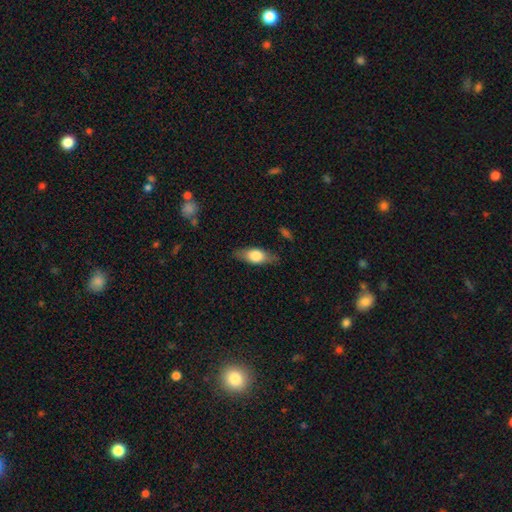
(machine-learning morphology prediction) A smooth galaxy with no disk features (64%) that is in between round and cigar-shaped (75%).

Vote fractions:
- Smooth or featured? smooth: 64% / featured or disk: 30% / star or artifact: 6%
- How rounded? in between: 75% / cigar-shaped: 20% / round: 5%
- Merging? none: 81% / minor disturbance: 15% / major disturbance: 4% / merger: 1%